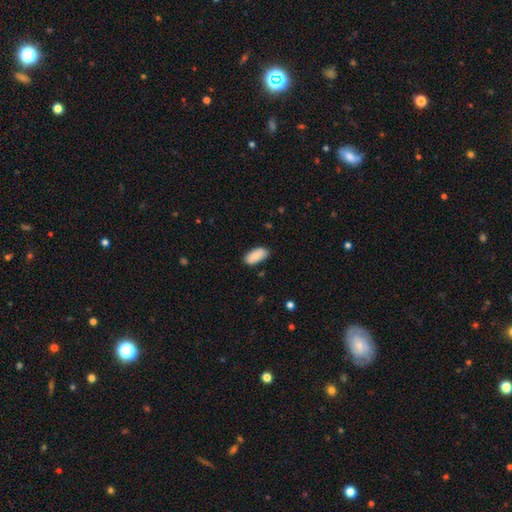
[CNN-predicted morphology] smooth_or_featured: smooth (p=0.84) [alt: featured or disk p=0.10]
how_rounded: in between (p=0.93) [alt: cigar-shaped p=0.05]
merging: none (p=0.84) [alt: minor disturbance p=0.12]